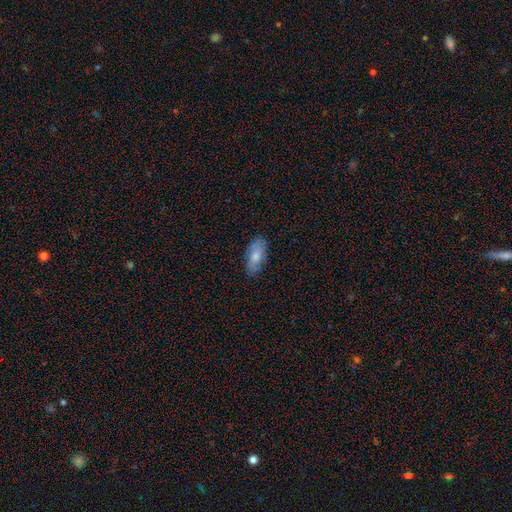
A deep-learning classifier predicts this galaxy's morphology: A smooth galaxy with no disk features (71%) that is in between round and cigar-shaped (87%).

Vote fractions:
- Smooth or featured? smooth: 71% / featured or disk: 23% / star or artifact: 7%
- How rounded? in between: 87% / cigar-shaped: 10% / round: 3%
- Merging? none: 81% / minor disturbance: 15% / major disturbance: 3% / merger: 1%